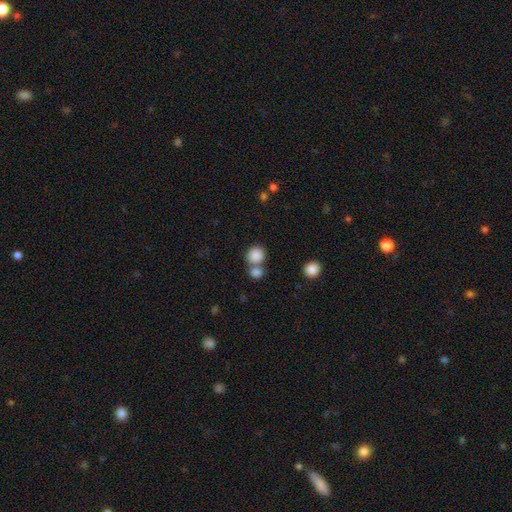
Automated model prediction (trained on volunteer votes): Morphology: type=smooth (85%); roundness=round (79%); merging=none (45%).